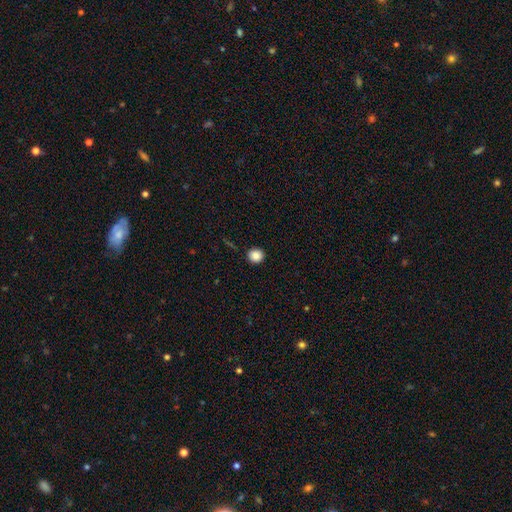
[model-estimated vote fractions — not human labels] The model was most divided on "smooth or featured": smooth: 88%, star or artifact: 9%, featured or disk: 3%. More confident: merging — none (92%); how rounded — round (90%).